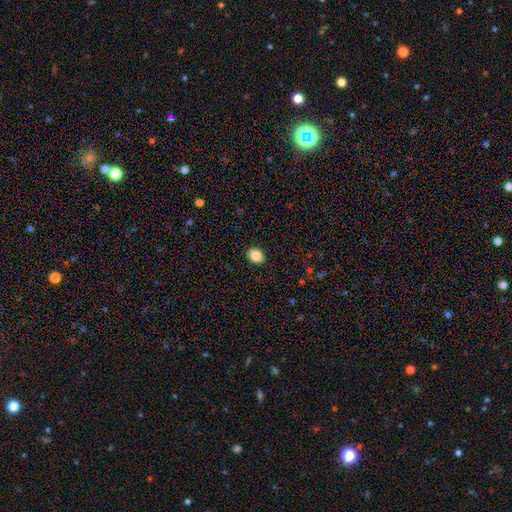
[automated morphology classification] smooth-or-featured: smooth: 88% | star or artifact: 9% | featured or disk: 4%
  how-rounded: in between: 60% | round: 39% | cigar-shaped: 1%
  merging: none: 90% | minor disturbance: 7% | major disturbance: 2% | merger: 1%